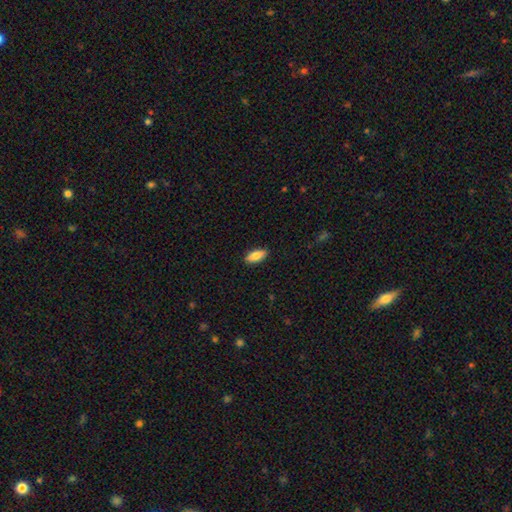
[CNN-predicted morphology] smooth-or-featured: smooth: 82% | featured or disk: 12% | star or artifact: 6%
  how-rounded: in between: 86% | cigar-shaped: 12% | round: 2%
  merging: none: 90% | minor disturbance: 8% | major disturbance: 2% | merger: 1%